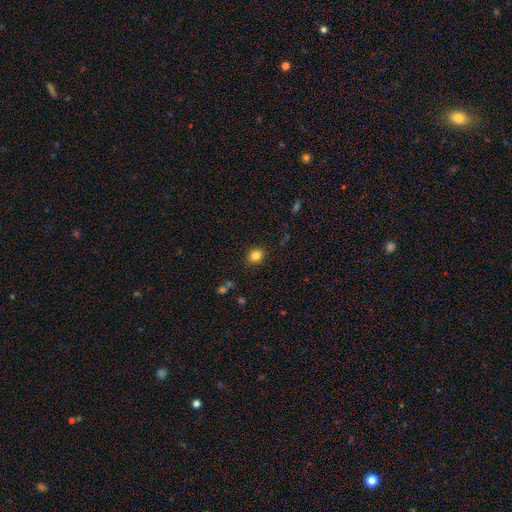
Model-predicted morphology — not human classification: This appears to be a smooth galaxy with no disk features (83%) that is round (75%). Merging: none (89%).